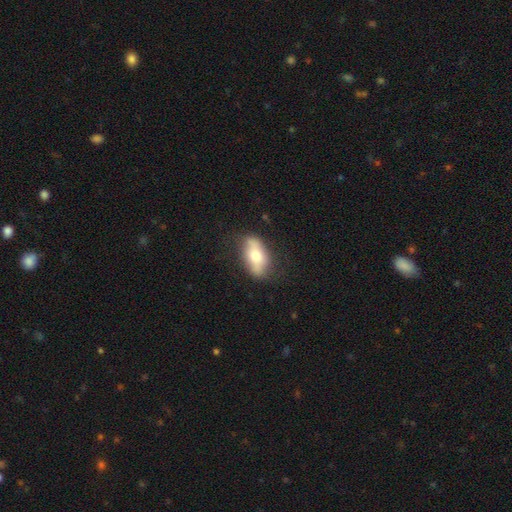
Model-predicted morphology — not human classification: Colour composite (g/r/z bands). It shows a smooth galaxy with no disk features (63%) that is in between round and cigar-shaped (84%). Merging: none (73%).